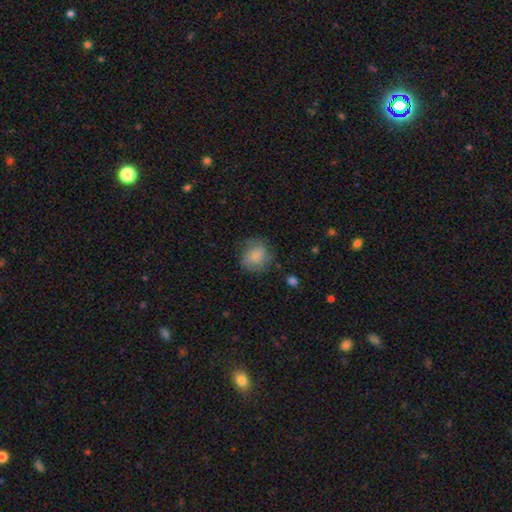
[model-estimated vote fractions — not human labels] Smooth or featured? smooth (74%)
How rounded? round (74%)
Merging? none (67%)